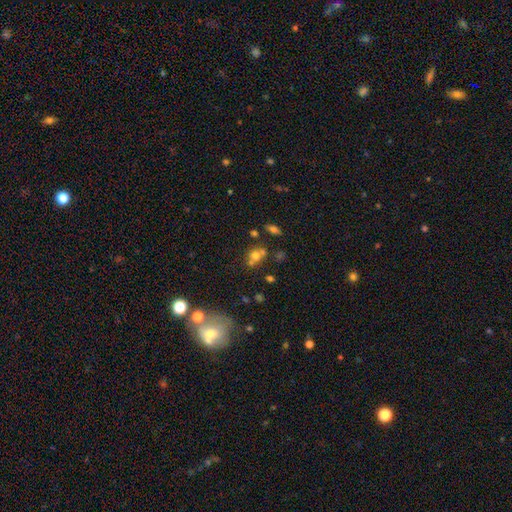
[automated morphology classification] Q: Smooth or featured?
A: smooth (61%); runner-up: featured or disk (20%)
Q: How rounded?
A: round (70%); runner-up: in between (28%)
Q: Merging?
A: none (45%); runner-up: merger (39%)